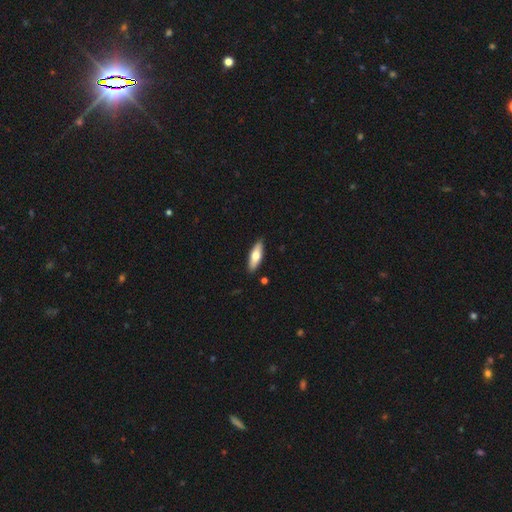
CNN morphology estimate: A smooth galaxy with no disk features (64%) that is in between round and cigar-shaped (53%).

Vote fractions:
- Smooth or featured? smooth: 64% / featured or disk: 30% / star or artifact: 5%
- How rounded? in between: 53% / cigar-shaped: 45% / round: 2%
- Merging? none: 90% / minor disturbance: 8% / major disturbance: 2% / merger: 1%